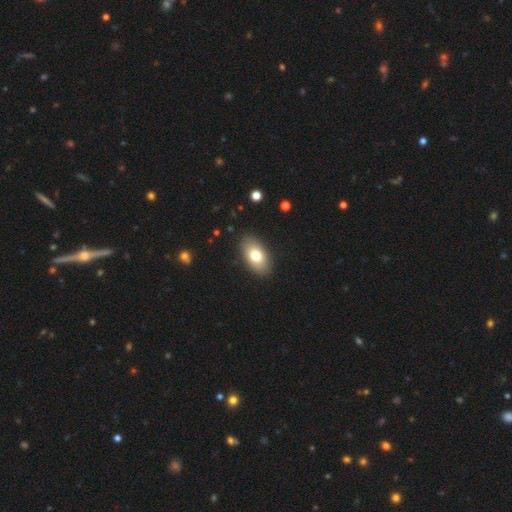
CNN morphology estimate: Overall: smooth (75%). How rounded: in between (92%). Merging: none (88%).